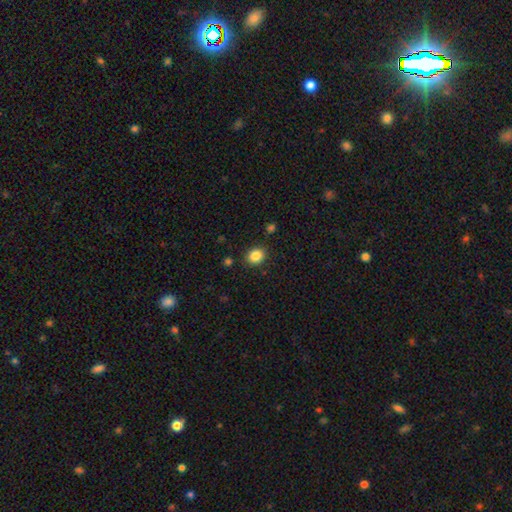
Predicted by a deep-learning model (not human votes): This appears to be a smooth galaxy with no disk features (85%) that is round (61%). Merging: none (87%).